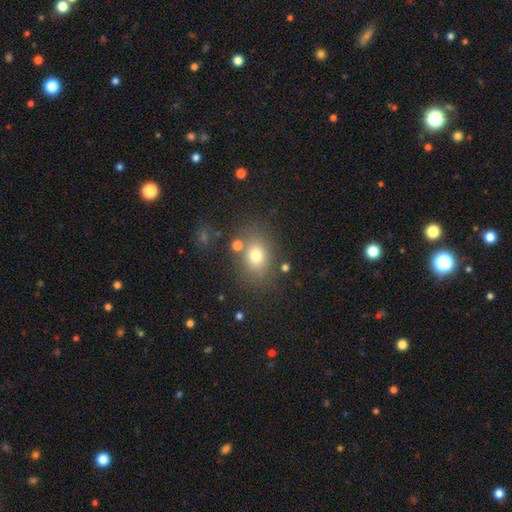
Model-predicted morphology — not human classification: This is likely a smooth galaxy (74%). How rounded: likely in between (60%). Merging: likely none (74%).